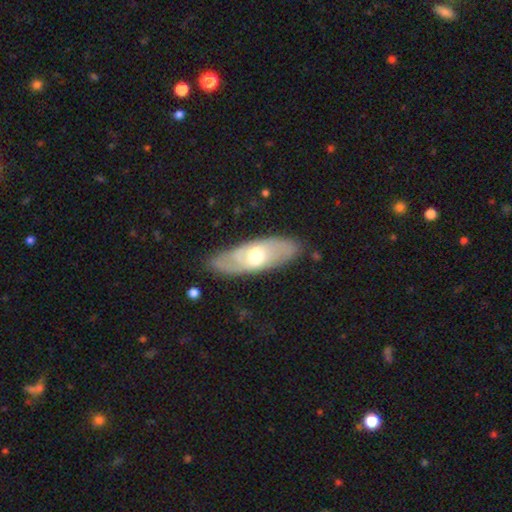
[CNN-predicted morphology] smooth_or_featured: featured or disk (p=0.54) [alt: smooth p=0.41]
disk_edge_on: no (p=0.76) [alt: yes p=0.24]
merging: none (p=0.80) [alt: minor disturbance p=0.14]